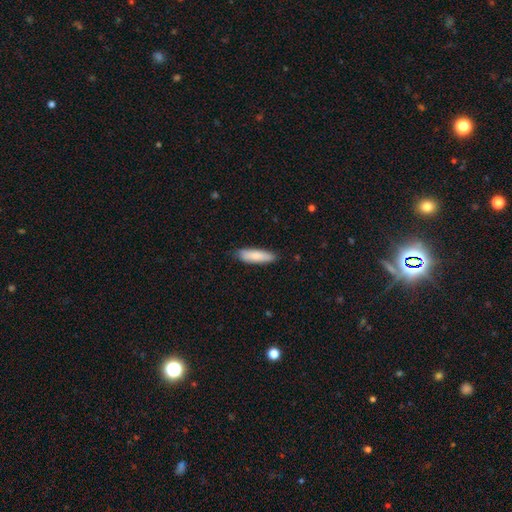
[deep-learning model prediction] Smooth or featured: smooth — 84% (featured or disk — 10%)
How rounded: cigar-shaped — 57% (in between — 41%)
Merging: none — 84% (minor disturbance — 13%)